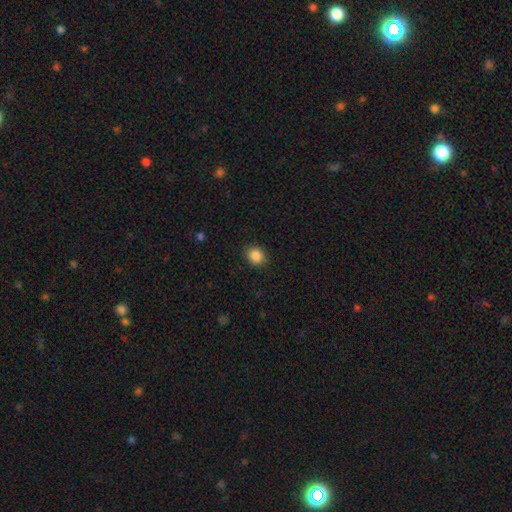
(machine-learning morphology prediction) The model was most divided on "how rounded": round: 74%, in between: 25%, cigar-shaped: 1%. More confident: merging — none (88%); smooth or featured — smooth (87%).